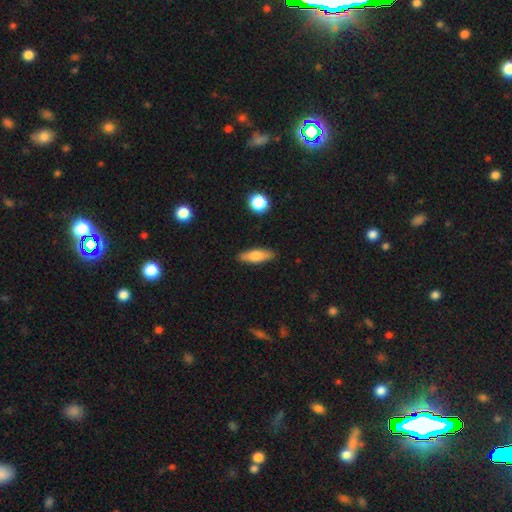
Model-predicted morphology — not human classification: The model was most divided on "how rounded": in between: 50%, cigar-shaped: 47%, round: 3%. More confident: merging — none (88%); smooth or featured — smooth (70%).